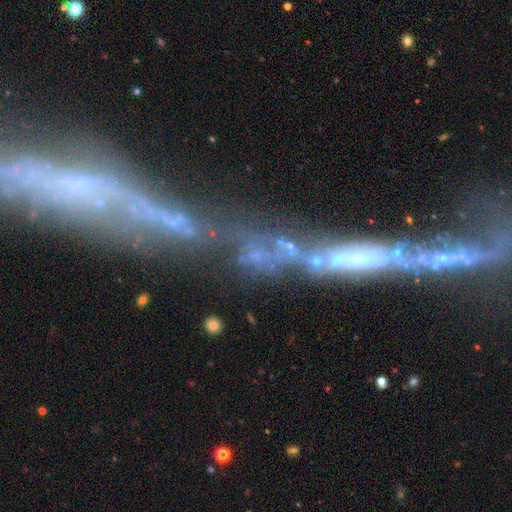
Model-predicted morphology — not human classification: Smooth or featured?
  - featured or disk: 40% *
  - star or artifact: 35%
  - smooth: 26%
Merging?
  - merger: 38% *
  - none: 25%
  - major disturbance: 25%
  - minor disturbance: 11%